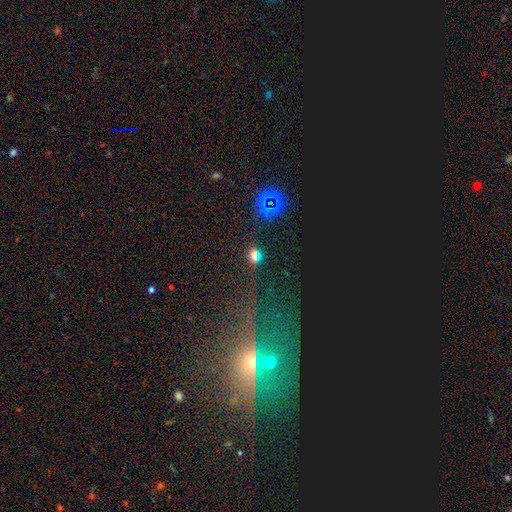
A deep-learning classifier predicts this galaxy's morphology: This is possibly a smooth galaxy (48%). Merging: likely none (77%).